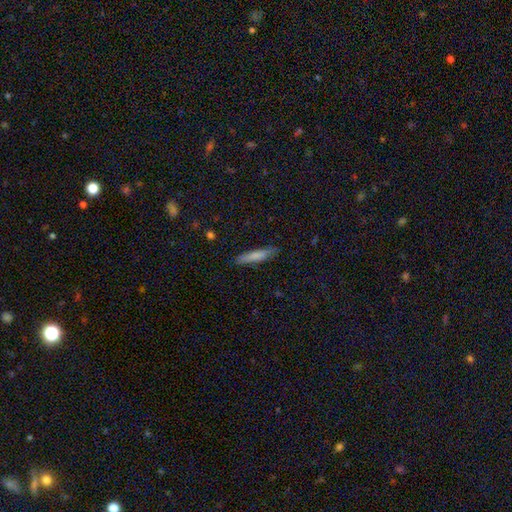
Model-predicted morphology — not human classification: Overall: smooth (76%). How rounded: cigar-shaped (89%). Merging: none (85%).